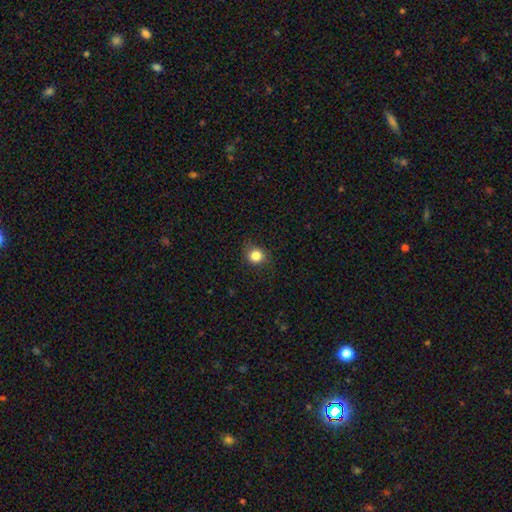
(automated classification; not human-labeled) This is clearly a smooth galaxy (83%). How rounded: clearly round (83%). Merging: clearly none (83%).